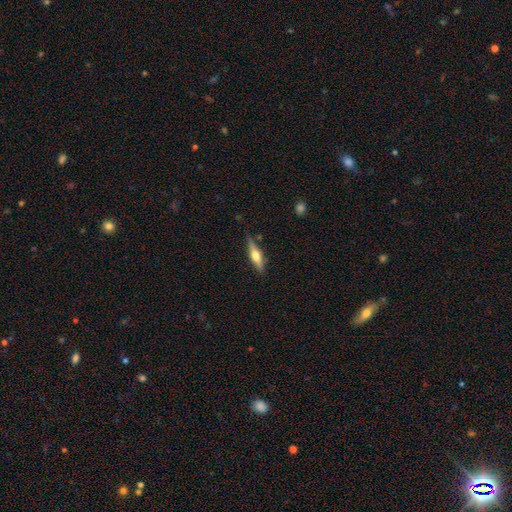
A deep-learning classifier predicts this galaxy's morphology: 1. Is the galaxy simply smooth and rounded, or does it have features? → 58% featured or disk, 36% smooth, 6% star or artifact.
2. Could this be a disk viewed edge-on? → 95% yes, 5% no.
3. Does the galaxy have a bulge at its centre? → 90% rounded, 7% boxy, 3% none.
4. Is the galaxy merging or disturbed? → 82% none, 13% minor disturbance, 3% major disturbance, 2% merger.